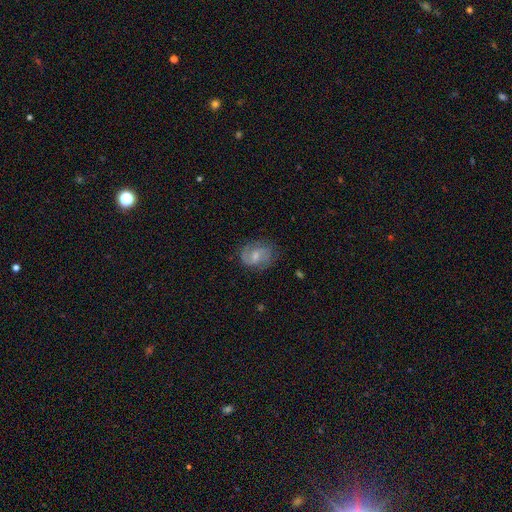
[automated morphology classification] Smooth or featured? featured or disk (59%)
Edge-on disk? no (97%)
Bar? weak (51%)
Spiral arms? yes (86%)
Bulge size? small (45%)
Merging? none (66%)